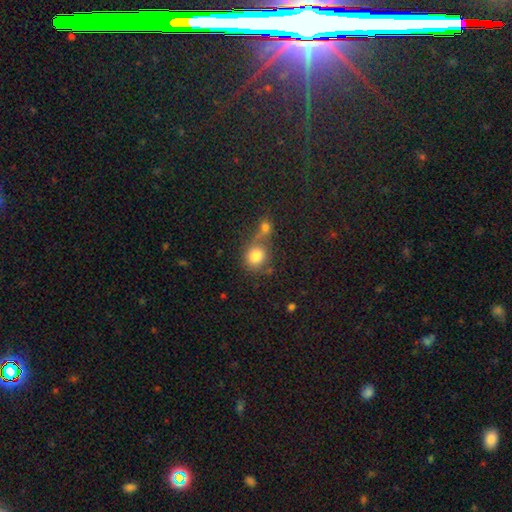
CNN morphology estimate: smooth-or-featured: smooth: 80% | star or artifact: 11% | featured or disk: 9%
  how-rounded: round: 79% | in between: 20% | cigar-shaped: 1%
  merging: merger: 44% | none: 38% | minor disturbance: 11% | major disturbance: 7%